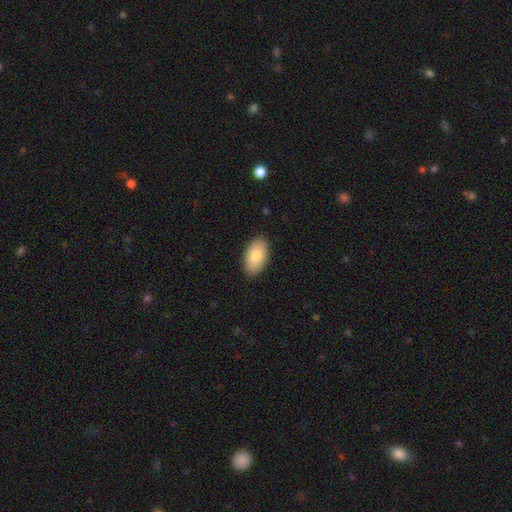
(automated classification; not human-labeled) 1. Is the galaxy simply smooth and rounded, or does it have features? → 83% smooth, 11% featured or disk, 6% star or artifact.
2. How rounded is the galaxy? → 95% in between, 4% round, 2% cigar-shaped.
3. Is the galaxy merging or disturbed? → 88% none, 9% minor disturbance, 2% major disturbance, 1% merger.